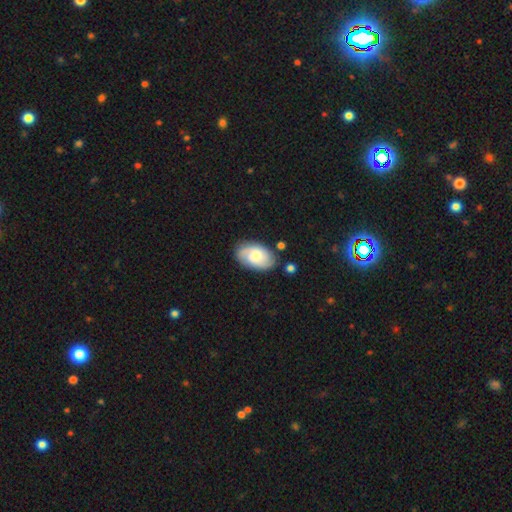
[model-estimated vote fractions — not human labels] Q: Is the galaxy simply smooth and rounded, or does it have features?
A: featured or disk — 48%.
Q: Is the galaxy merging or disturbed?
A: none — 76%.